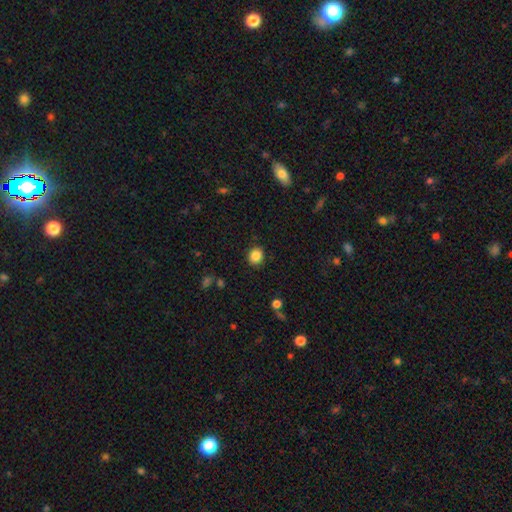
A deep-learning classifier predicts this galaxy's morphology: Smooth or featured? smooth (86%)
How rounded? round (73%)
Merging? none (88%)